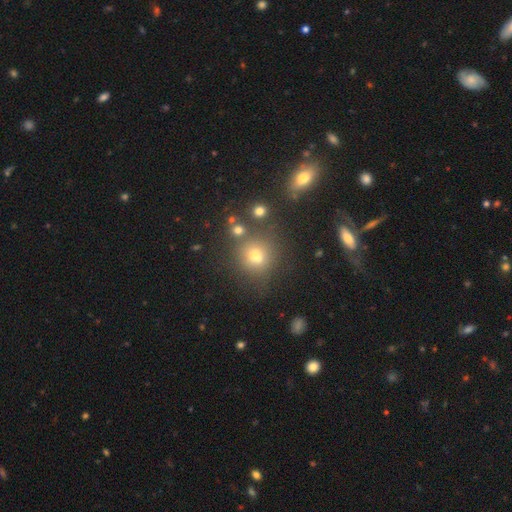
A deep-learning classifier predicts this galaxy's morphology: A smooth galaxy with no disk features (68%) that is round (77%).

Vote fractions:
- Smooth or featured? smooth: 68% / star or artifact: 19% / featured or disk: 12%
- How rounded? round: 77% / in between: 22% / cigar-shaped: 2%
- Merging? none: 67% / merger: 14% / minor disturbance: 13% / major disturbance: 6%